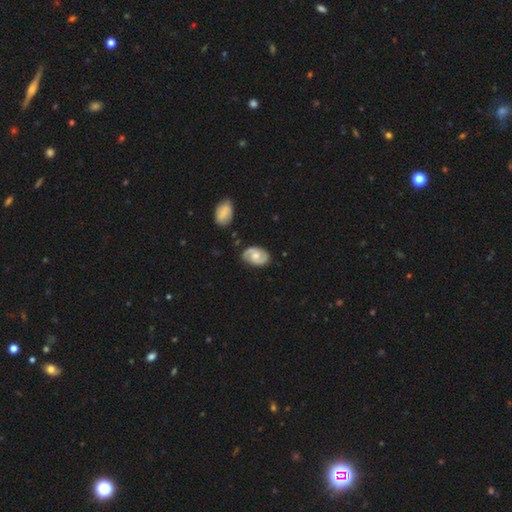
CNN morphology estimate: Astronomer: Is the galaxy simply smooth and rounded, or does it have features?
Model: featured or disk — 75%.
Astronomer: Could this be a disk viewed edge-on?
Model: no — 97%.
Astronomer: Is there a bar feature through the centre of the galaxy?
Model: no — 59% (runner-up: weak, 35%).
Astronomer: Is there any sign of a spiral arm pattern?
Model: yes — 93%.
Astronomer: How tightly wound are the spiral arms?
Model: medium — 48% (runner-up: tight, 36%).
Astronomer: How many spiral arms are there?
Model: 2 — 89%.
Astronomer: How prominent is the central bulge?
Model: moderate — 63%.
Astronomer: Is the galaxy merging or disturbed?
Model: none — 81%.